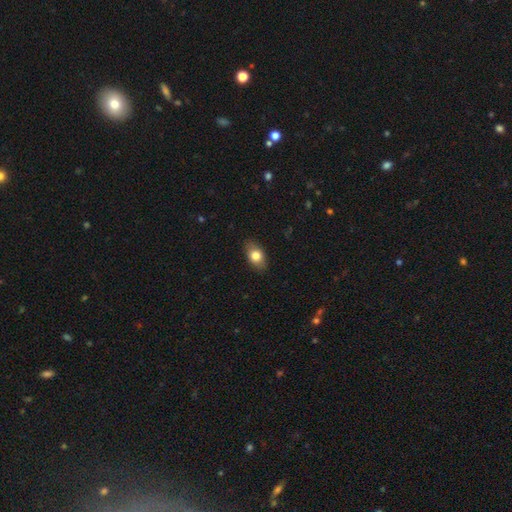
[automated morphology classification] The model was most divided on "smooth or featured": smooth: 79%, featured or disk: 13%, star or artifact: 8%. More confident: merging — none (85%); how rounded — in between (85%).